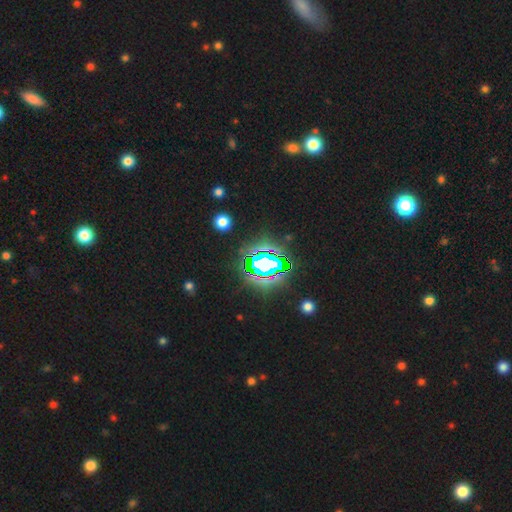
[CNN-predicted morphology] smooth-or-featured: star or artifact: 79% | smooth: 13% | featured or disk: 8%